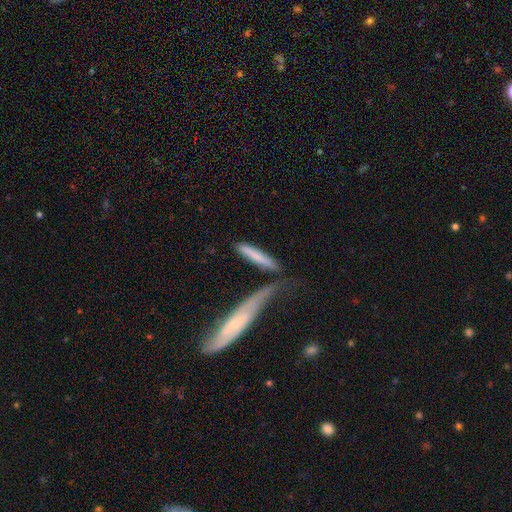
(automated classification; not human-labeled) A smooth galaxy with no disk features (69%) that is cigar-shaped (89%). Merging: none (55%).